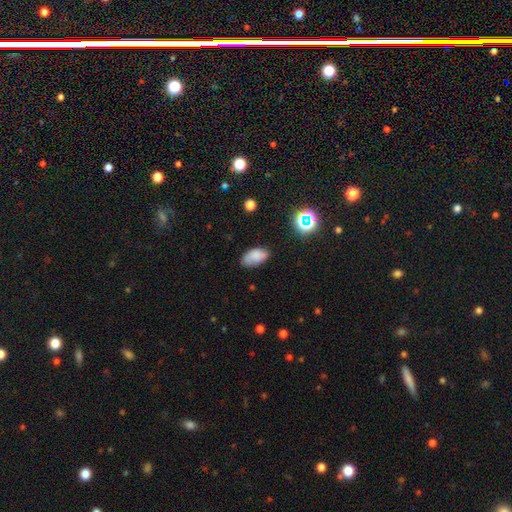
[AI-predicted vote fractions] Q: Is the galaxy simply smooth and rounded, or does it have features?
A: smooth — 79%.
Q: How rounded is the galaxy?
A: in between — 93%.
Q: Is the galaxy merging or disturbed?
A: none — 72%.